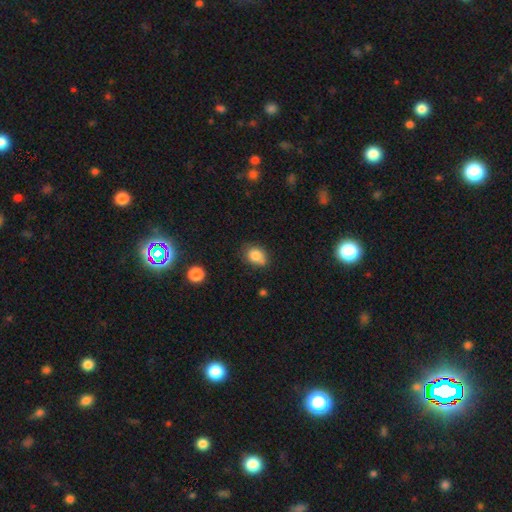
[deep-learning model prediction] Smooth or featured?
  - smooth: 83% *
  - star or artifact: 10%
  - featured or disk: 7%
How rounded?
  - in between: 65% *
  - round: 34%
  - cigar-shaped: 1%
Merging?
  - none: 64% *
  - minor disturbance: 26%
  - merger: 6%
  - major disturbance: 5%